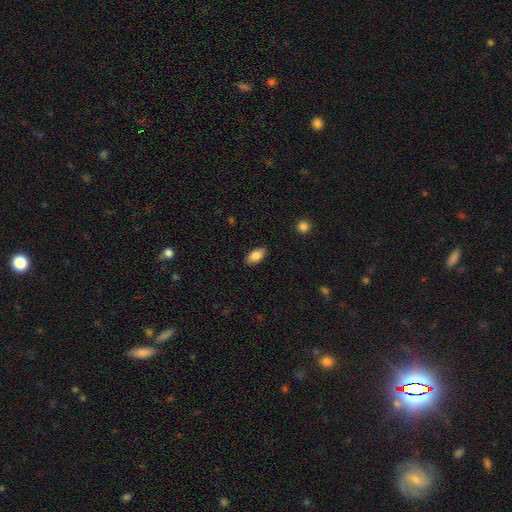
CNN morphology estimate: smooth-or-featured: smooth: 83% | featured or disk: 10% | star or artifact: 7%
  how-rounded: in between: 91% | cigar-shaped: 5% | round: 3%
  merging: none: 88% | minor disturbance: 9% | major disturbance: 2% | merger: 1%